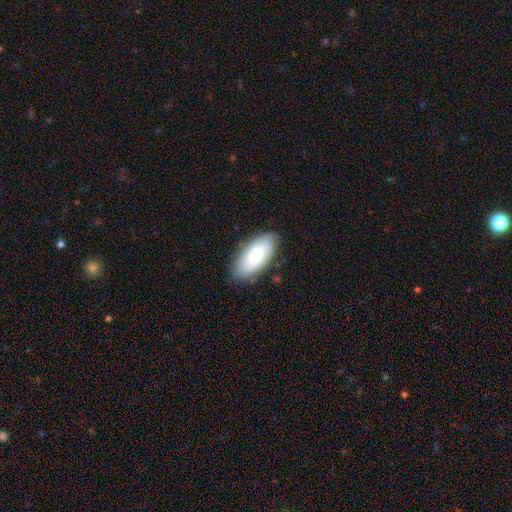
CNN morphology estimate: Overall: smooth (70%). How rounded: in between (92%). Merging: none (80%).